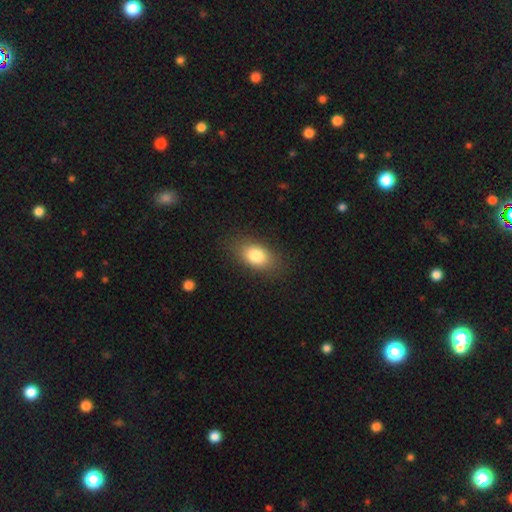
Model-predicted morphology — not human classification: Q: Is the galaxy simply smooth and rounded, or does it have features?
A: smooth — 81%.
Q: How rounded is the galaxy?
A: in between — 85%.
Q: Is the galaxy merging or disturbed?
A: none — 83%.